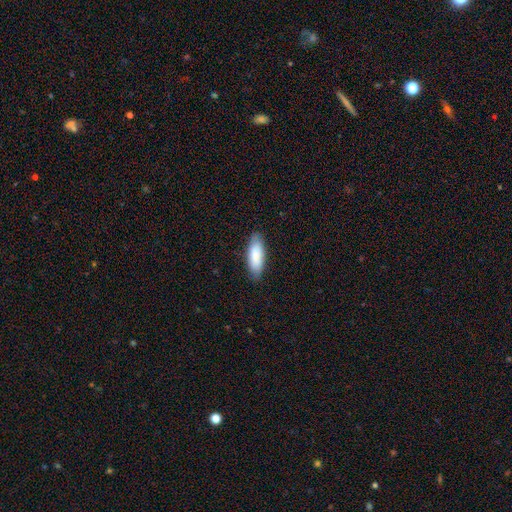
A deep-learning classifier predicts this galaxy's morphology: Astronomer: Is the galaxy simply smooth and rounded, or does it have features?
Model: smooth — 84%.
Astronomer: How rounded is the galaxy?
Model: in between — 70%.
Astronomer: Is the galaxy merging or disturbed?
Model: none — 84%.